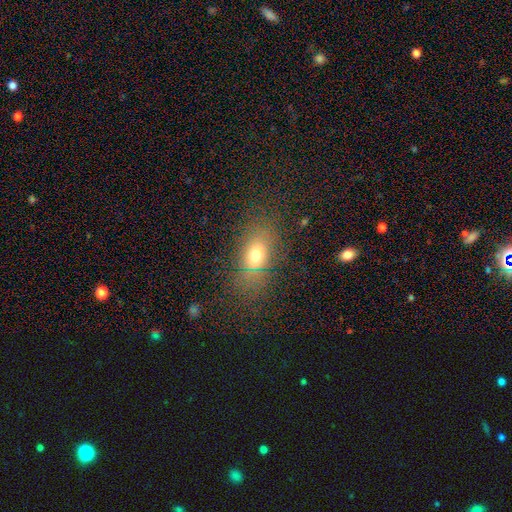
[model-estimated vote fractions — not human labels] This appears to be a smooth galaxy with no disk features (71%) that is in between round and cigar-shaped (77%). Merging: none (73%).